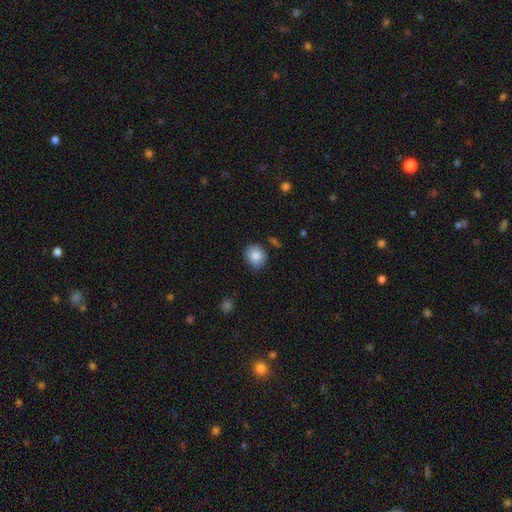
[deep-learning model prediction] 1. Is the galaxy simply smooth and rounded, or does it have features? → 86% smooth, 8% star or artifact, 6% featured or disk.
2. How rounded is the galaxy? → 70% round, 29% in between, 1% cigar-shaped.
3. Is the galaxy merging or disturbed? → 79% none, 15% minor disturbance, 3% major disturbance, 3% merger.